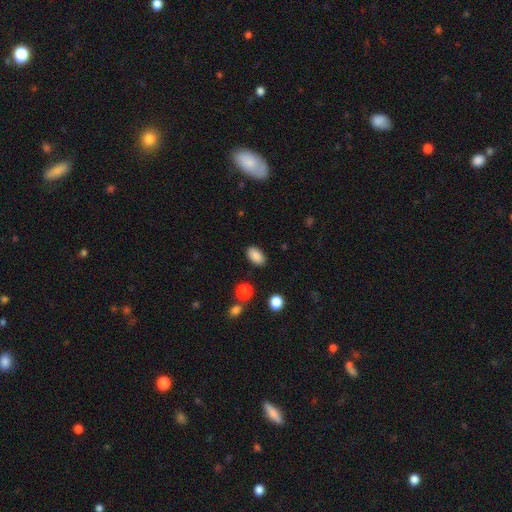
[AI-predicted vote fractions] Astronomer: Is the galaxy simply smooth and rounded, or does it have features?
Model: smooth — 88%.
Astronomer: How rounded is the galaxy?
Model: in between — 92%.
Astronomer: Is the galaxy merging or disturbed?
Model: none — 87%.